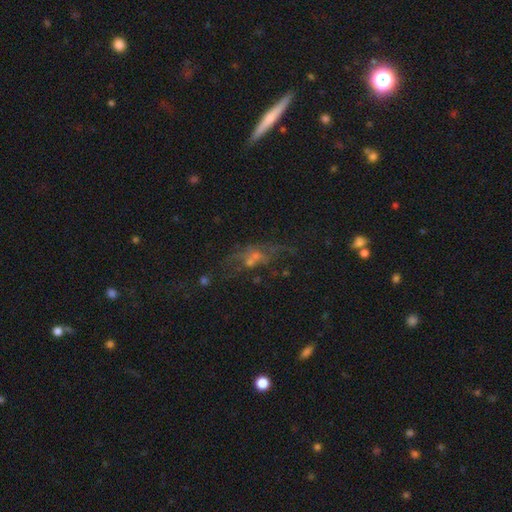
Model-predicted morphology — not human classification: Q: Smooth or featured?
A: star or artifact (37%); runner-up: featured or disk (34%)